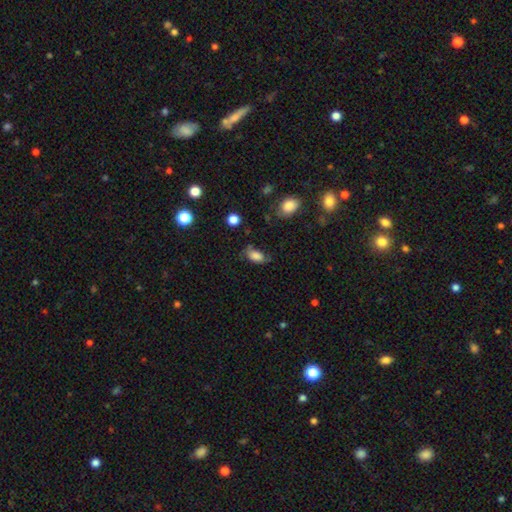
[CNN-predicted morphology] A smooth galaxy with no disk features (75%) that is in between round and cigar-shaped (89%).

Vote fractions:
- Smooth or featured? smooth: 75% / featured or disk: 15% / star or artifact: 10%
- How rounded? in between: 89% / round: 8% / cigar-shaped: 4%
- Merging? none: 54% / minor disturbance: 30% / major disturbance: 13% / merger: 3%